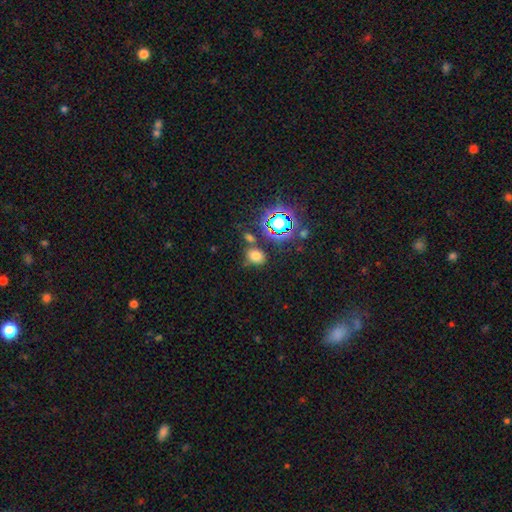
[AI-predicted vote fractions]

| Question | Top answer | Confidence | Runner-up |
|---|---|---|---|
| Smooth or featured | smooth | 67% | star or artifact (25%) |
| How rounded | in between | 53% | round (46%) |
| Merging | none | 71% | minor disturbance (14%) |